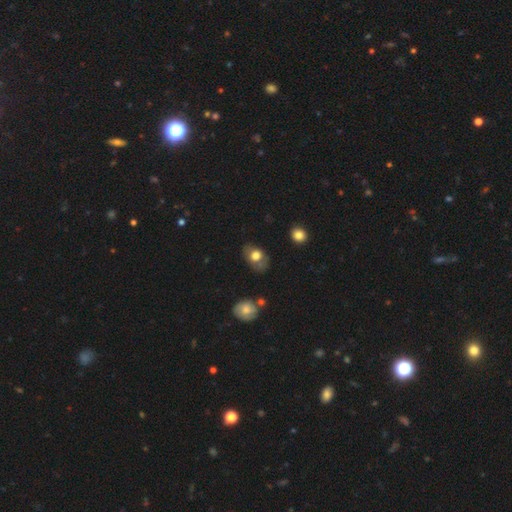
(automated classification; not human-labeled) The model was most divided on "merging": none: 65%, minor disturbance: 23%, major disturbance: 8%, merger: 4%. More confident: how rounded — in between (73%); smooth or featured — smooth (69%).